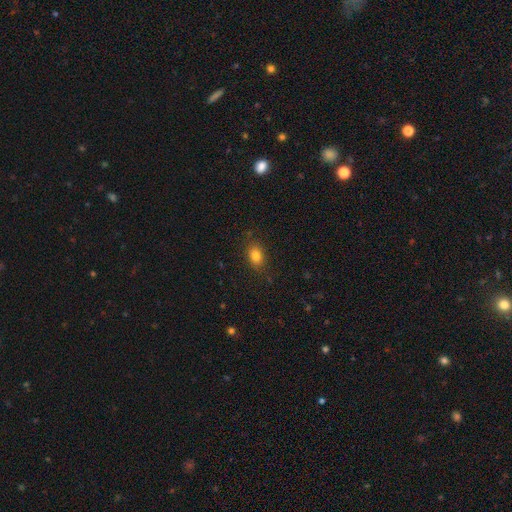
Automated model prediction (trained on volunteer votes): Smooth or featured? Predicted: smooth (p=0.82). How rounded? Predicted: in between (p=0.75). Merging? Predicted: none (p=0.84).